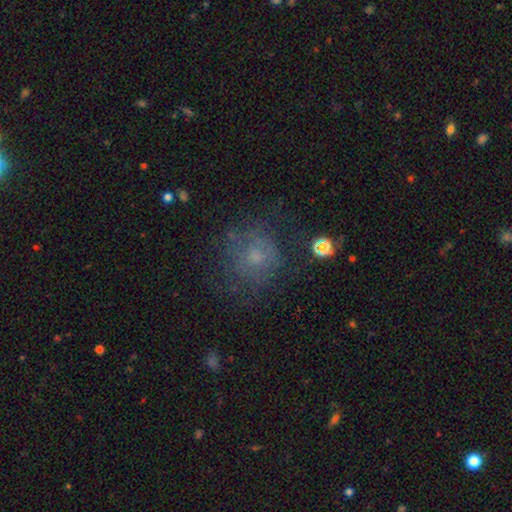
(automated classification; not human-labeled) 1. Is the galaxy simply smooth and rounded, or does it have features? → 51% smooth, 32% featured or disk, 18% star or artifact.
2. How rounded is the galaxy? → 82% round, 17% in between, 1% cigar-shaped.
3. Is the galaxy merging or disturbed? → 64% none, 18% minor disturbance, 16% major disturbance, 2% merger.